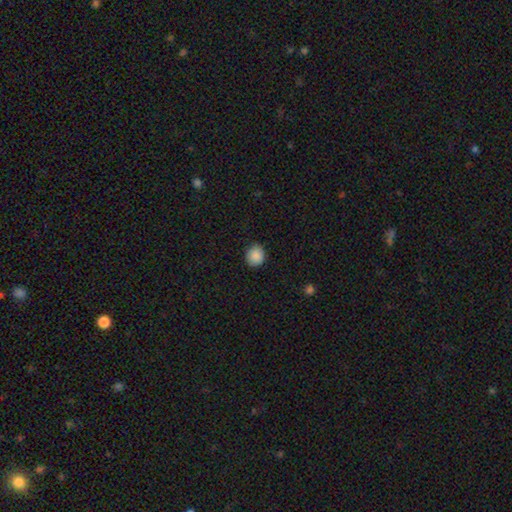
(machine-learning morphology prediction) Q: Smooth or featured?
A: smooth (89%); runner-up: star or artifact (8%)
Q: How rounded?
A: round (81%); runner-up: in between (18%)
Q: Merging?
A: none (88%); runner-up: minor disturbance (9%)